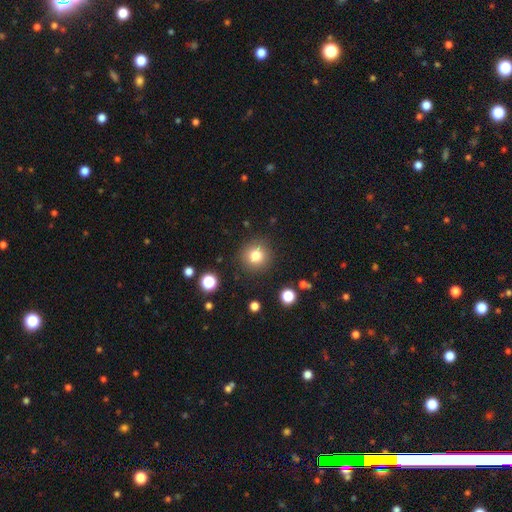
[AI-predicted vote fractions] Morphology: type=smooth (80%); roundness=round (93%); merging=none (88%).